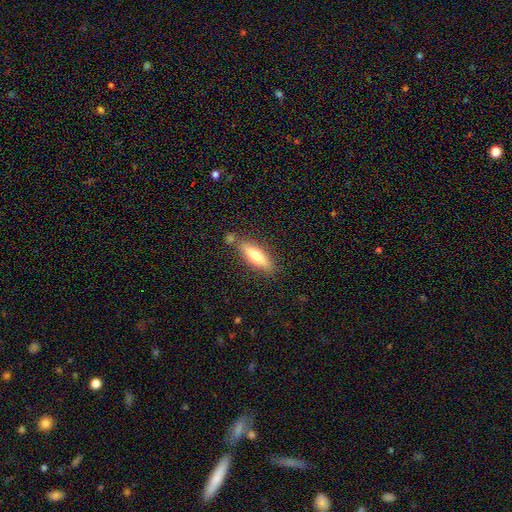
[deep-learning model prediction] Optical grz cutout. It shows a smooth galaxy with no disk features (63%) that is cigar-shaped (57%). Merging: none (76%).